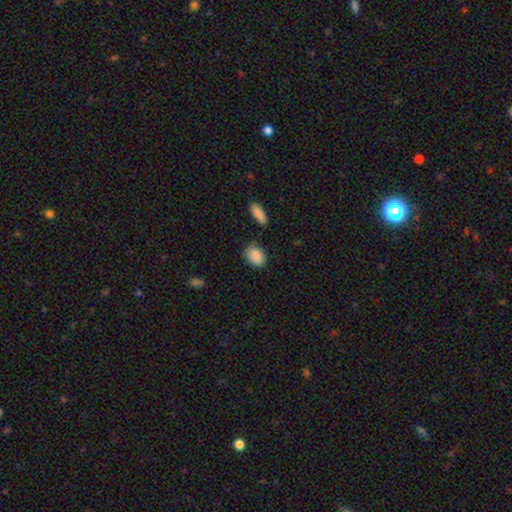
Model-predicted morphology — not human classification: Smooth or featured? Predicted: smooth (p=0.88). How rounded? Predicted: in between (p=0.69). Merging? Predicted: none (p=0.71).